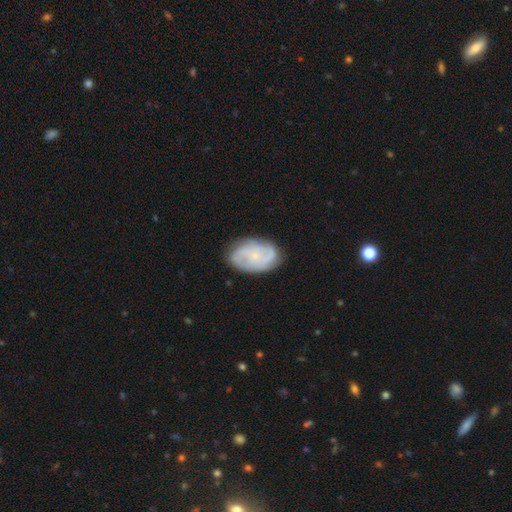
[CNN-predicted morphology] smooth-or-featured: featured or disk: 69% | smooth: 24% | star or artifact: 6%
  disk-edge-on: no: 97% | yes: 3%
    bar: no: 75% | weak: 22% | strong: 3%
    has-spiral-arms: yes: 90% | no: 10%
      spiral-winding: tight: 45% | medium: 38% | loose: 17%
      spiral-arm-count: can't tell: 32% | 3: 24% | 2: 19% | 4: 13% | more than 4: 6% | 1: 5%
    bulge-size: small: 77% | moderate: 13% | none: 8% | large: 1% | dominant: 1%
  merging: none: 77% | minor disturbance: 17% | major disturbance: 5% | merger: 1%